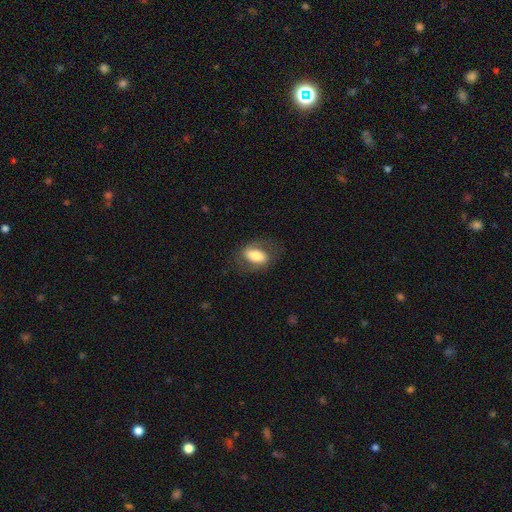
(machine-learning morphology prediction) A smooth galaxy with no disk features (68%) that is in between round and cigar-shaped (87%).

Vote fractions:
- Smooth or featured? smooth: 68% / featured or disk: 25% / star or artifact: 7%
- How rounded? in between: 87% / round: 9% / cigar-shaped: 4%
- Merging? none: 73% / minor disturbance: 17% / major disturbance: 10% / merger: 1%